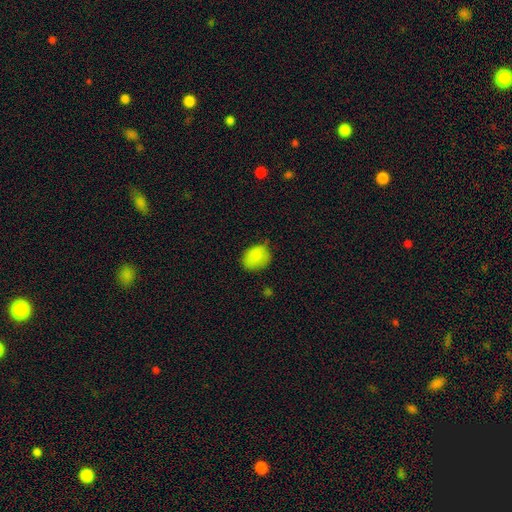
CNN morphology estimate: Smooth or featured? Predicted: smooth (p=0.85). How rounded? Predicted: in between (p=0.54). Merging? Predicted: none (p=0.62).